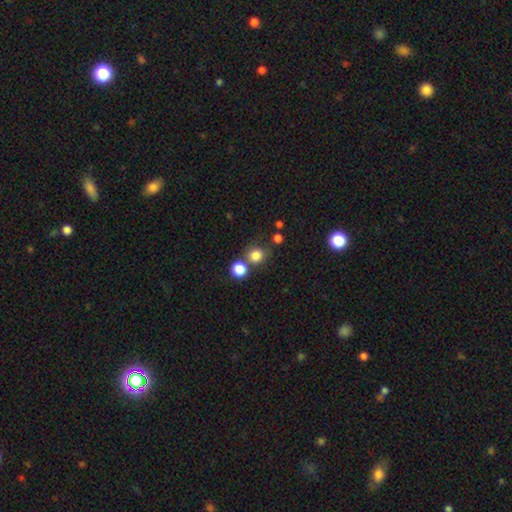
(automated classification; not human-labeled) A smooth galaxy with no disk features (81%) that is round (85%).

Vote fractions:
- Smooth or featured? smooth: 81% / star or artifact: 13% / featured or disk: 6%
- How rounded? round: 85% / in between: 14% / cigar-shaped: 1%
- Merging? none: 65% / merger: 22% / minor disturbance: 9% / major disturbance: 4%